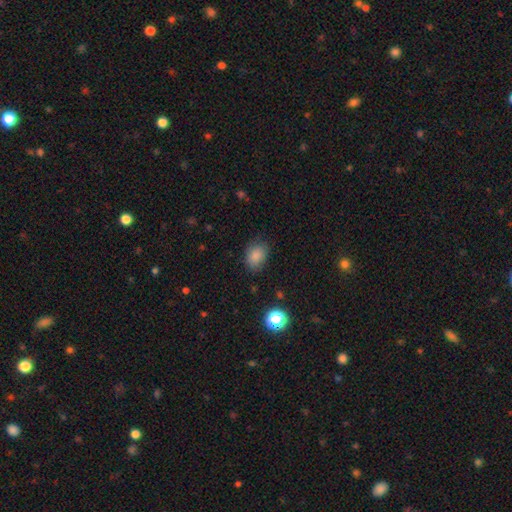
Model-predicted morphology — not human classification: Q: Smooth or featured?
A: smooth (84%); runner-up: star or artifact (11%)
Q: How rounded?
A: in between (69%); runner-up: round (30%)
Q: Merging?
A: none (77%); runner-up: minor disturbance (17%)